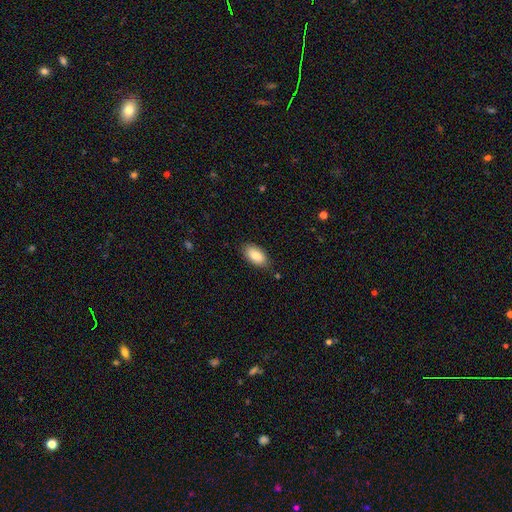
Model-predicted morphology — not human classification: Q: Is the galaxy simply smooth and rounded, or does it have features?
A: smooth — 85%.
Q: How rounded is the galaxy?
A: in between — 94%.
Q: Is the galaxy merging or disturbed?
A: none — 84%.